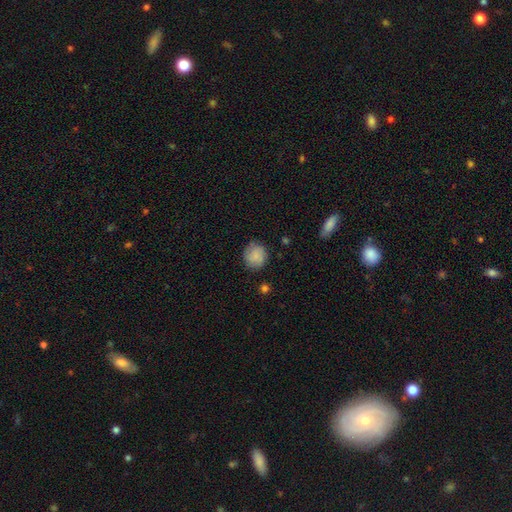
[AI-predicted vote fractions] This is likely a smooth galaxy (78%). How rounded: clearly round (85%). Merging: likely none (80%).